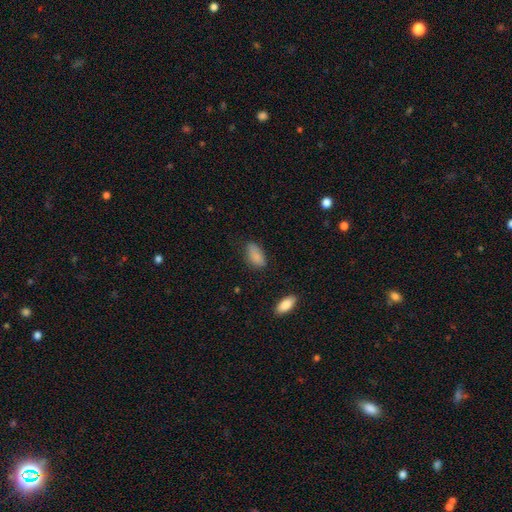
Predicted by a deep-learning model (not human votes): The model was most divided on "merging": none: 68%, minor disturbance: 25%, major disturbance: 5%, merger: 2%. More confident: how rounded — in between (91%); smooth or featured — smooth (86%).